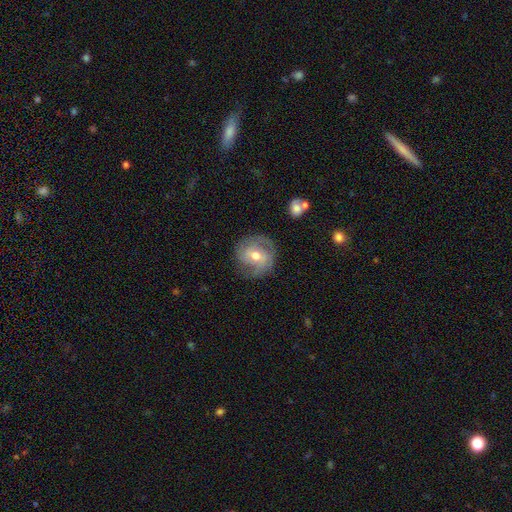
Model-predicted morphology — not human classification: featured or disk 66%, smooth 27%, star or artifact 7%. Down the decision tree: edge-on disk — no (97%); bar — weak (45%); spiral arms — yes (84%); spiral arm count — 2 (51%); spiral winding — tight (46%); bulge size — moderate (75%); merging — none (71%).